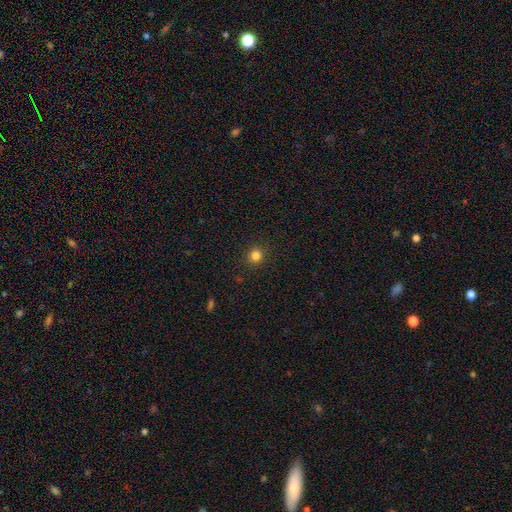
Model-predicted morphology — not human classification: smooth 82%, star or artifact 14%, featured or disk 4%. Down the decision tree: how rounded — round (90%); merging — none (91%).